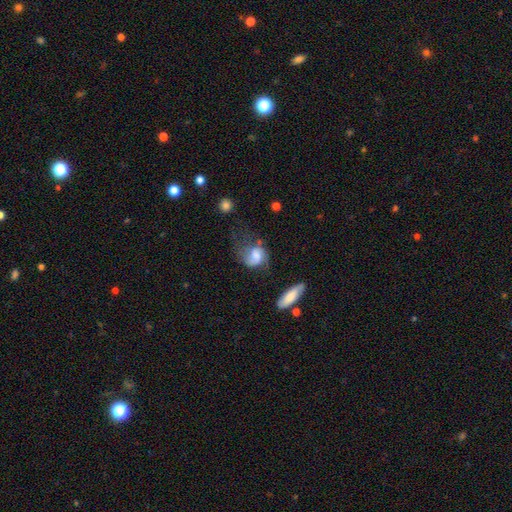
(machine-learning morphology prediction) Smooth or featured: smooth — 46% (featured or disk — 45%)
Merging: none — 34% (major disturbance — 33%)